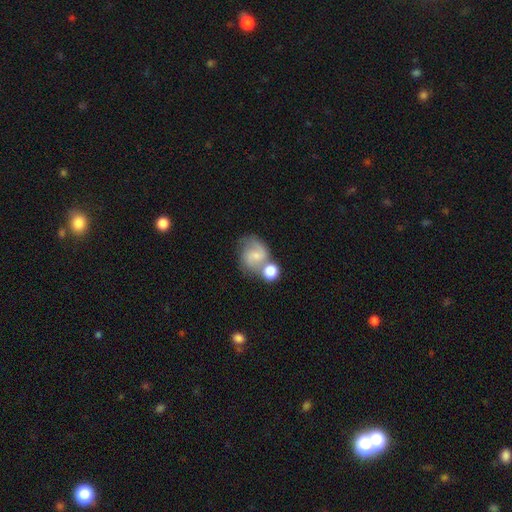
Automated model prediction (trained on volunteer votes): Smooth or featured? featured or disk (60%)
Edge-on disk? no (98%)
Bar? no (49%)
Spiral arms? yes (90%)
Spiral winding? medium (49%)
Spiral arm count? 2 (80%)
Bulge size? small (53%)
Merging? none (39%)